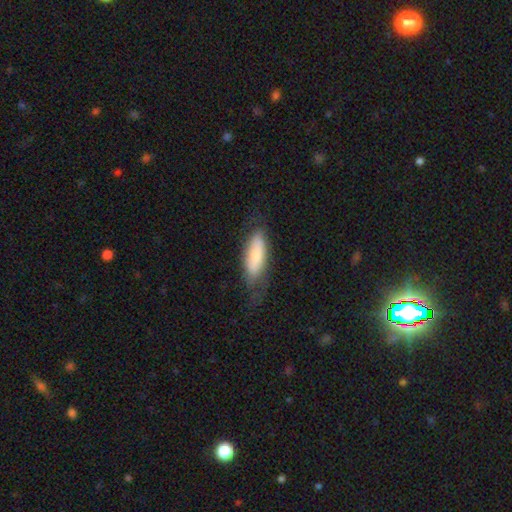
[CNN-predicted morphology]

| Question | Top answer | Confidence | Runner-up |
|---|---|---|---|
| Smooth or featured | smooth | 69% | featured or disk (25%) |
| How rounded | in between | 62% | cigar-shaped (36%) |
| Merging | none | 60% | minor disturbance (26%) |